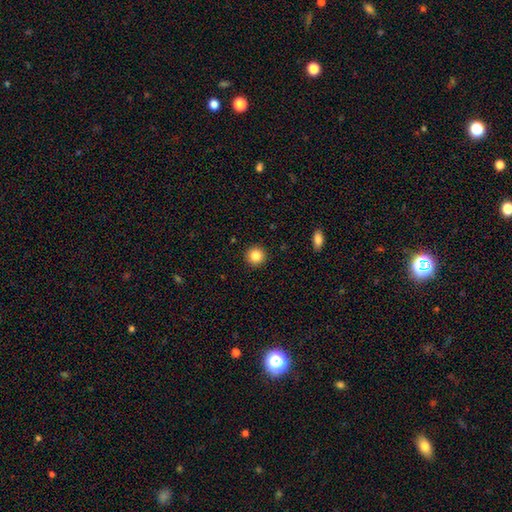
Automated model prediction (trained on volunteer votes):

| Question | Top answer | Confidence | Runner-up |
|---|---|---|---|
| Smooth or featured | smooth | 85% | star or artifact (10%) |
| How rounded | round | 95% | in between (4%) |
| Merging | none | 92% | minor disturbance (5%) |